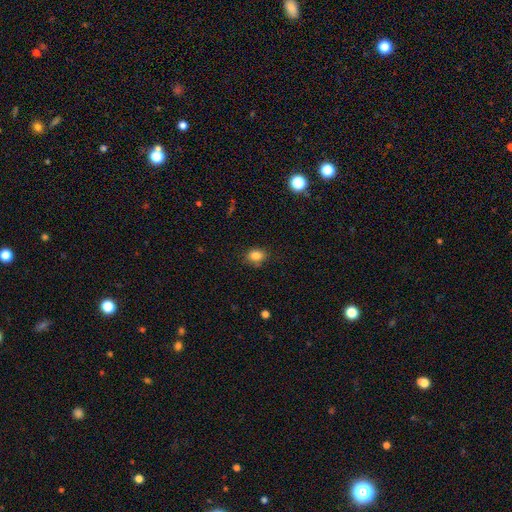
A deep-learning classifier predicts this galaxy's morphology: Smooth or featured? Predicted: smooth (p=0.83). How rounded? Predicted: in between (p=0.62). Merging? Predicted: none (p=0.80).